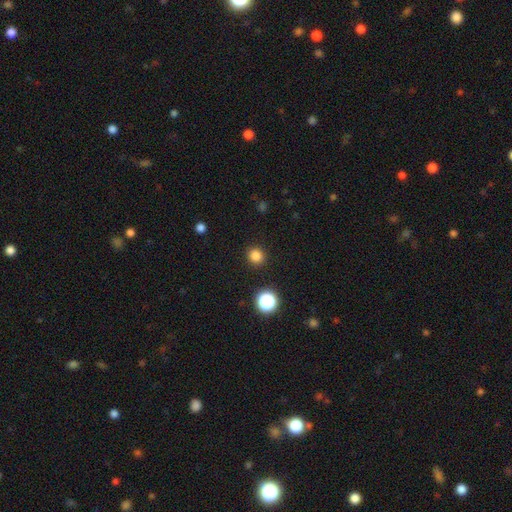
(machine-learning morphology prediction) Smooth or featured?
  - smooth: 82% *
  - star or artifact: 14%
  - featured or disk: 4%
How rounded?
  - round: 92% *
  - in between: 7%
  - cigar-shaped: 1%
Merging?
  - none: 91% *
  - minor disturbance: 5%
  - major disturbance: 2%
  - merger: 1%